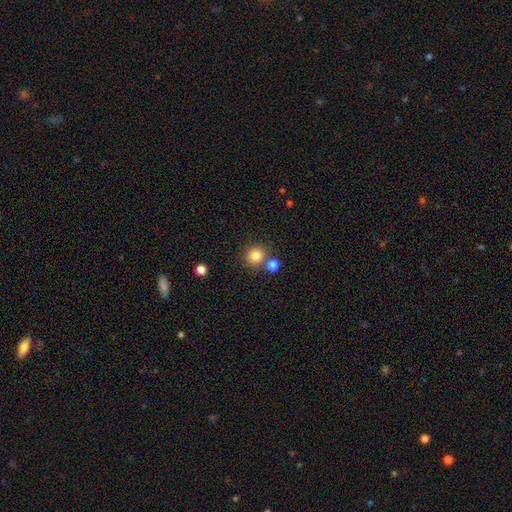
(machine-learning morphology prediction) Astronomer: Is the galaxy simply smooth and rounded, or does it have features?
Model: smooth — 82%.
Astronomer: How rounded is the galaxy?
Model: round — 92%.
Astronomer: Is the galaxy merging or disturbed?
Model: none — 77%.